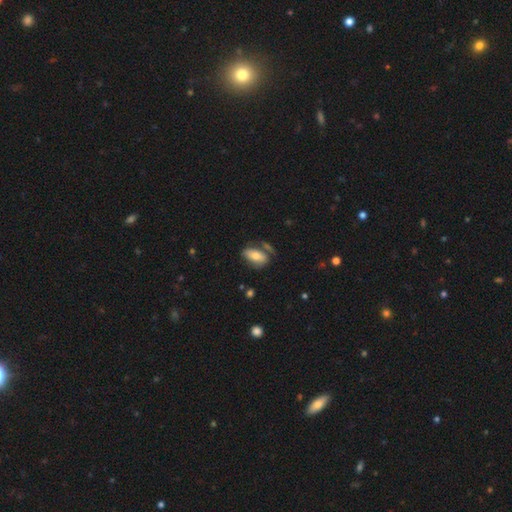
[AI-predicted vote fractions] Smooth or featured? smooth (68%)
How rounded? in between (88%)
Merging? none (56%)